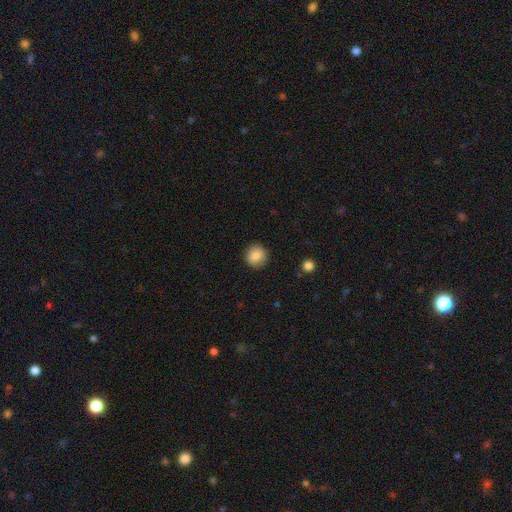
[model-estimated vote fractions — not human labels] This appears to be a smooth galaxy with no disk features (86%) that is round (91%). Merging: none (89%).